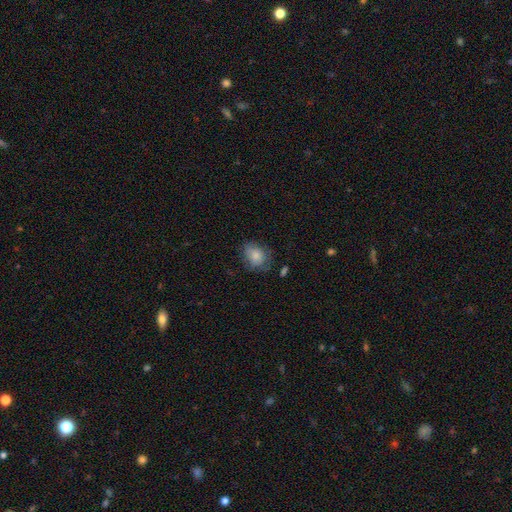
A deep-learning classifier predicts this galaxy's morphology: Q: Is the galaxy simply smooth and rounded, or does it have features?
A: smooth — 80%.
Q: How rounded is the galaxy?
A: in between — 63%.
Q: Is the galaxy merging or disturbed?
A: none — 61%.